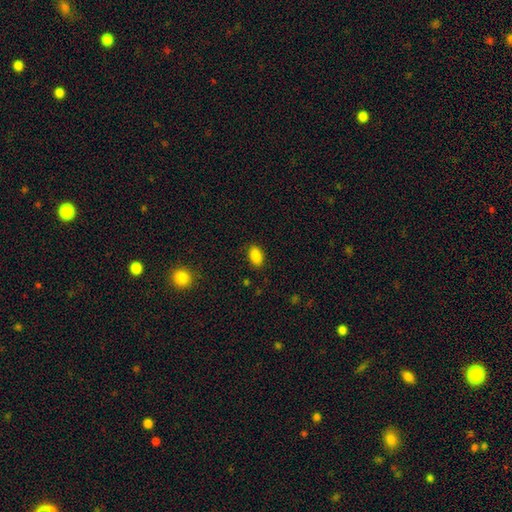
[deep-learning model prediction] This is clearly a smooth galaxy (87%). How rounded: clearly in between (90%). Merging: clearly none (86%).